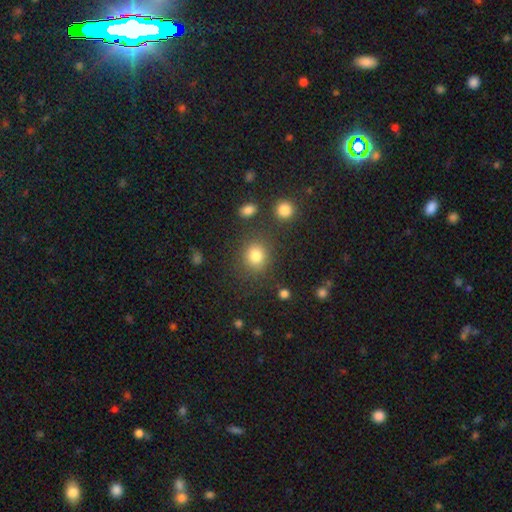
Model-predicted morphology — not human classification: A smooth galaxy with no disk features (81%) that is round (81%).

Vote fractions:
- Smooth or featured? smooth: 81% / star or artifact: 13% / featured or disk: 6%
- How rounded? round: 81% / in between: 18% / cigar-shaped: 1%
- Merging? none: 80% / minor disturbance: 10% / merger: 5% / major disturbance: 5%